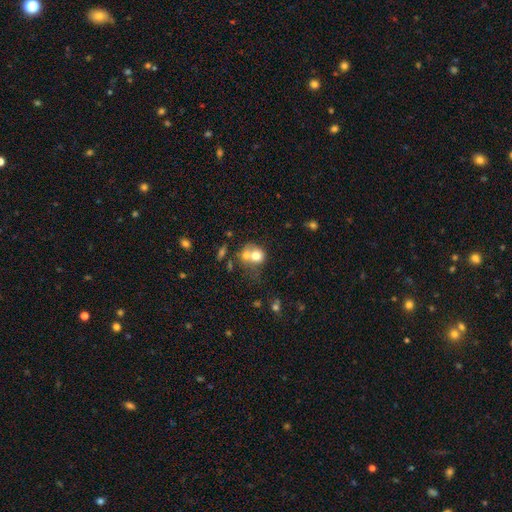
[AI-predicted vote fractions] smooth 70%, featured or disk 20%, star or artifact 10%. Down the decision tree: how rounded — round (68%); merging — merger (54%).